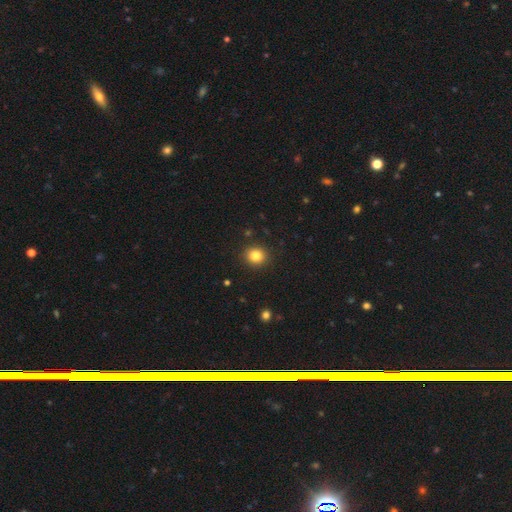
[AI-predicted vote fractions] The model was most divided on "how rounded": round: 84%, in between: 16%, cigar-shaped: 1%. More confident: merging — none (91%); smooth or featured — smooth (84%).